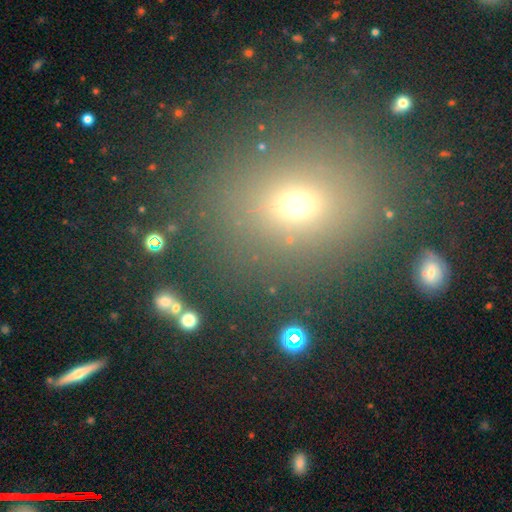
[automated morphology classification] This appears to be a smooth galaxy with no disk features (57%) that is round (69%). Merging: none (84%).